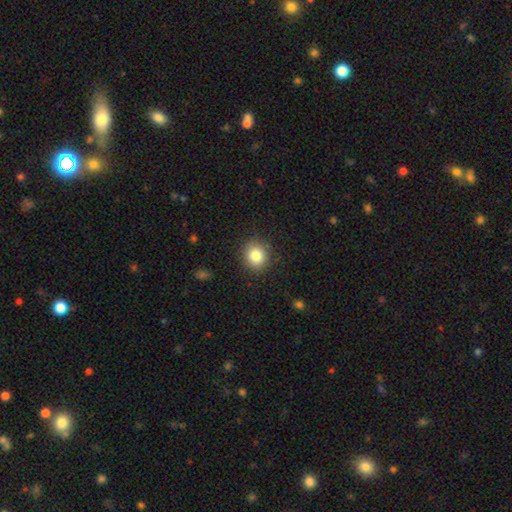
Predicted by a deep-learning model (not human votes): Morphology: type=smooth (83%); roundness=round (84%); merging=none (88%).